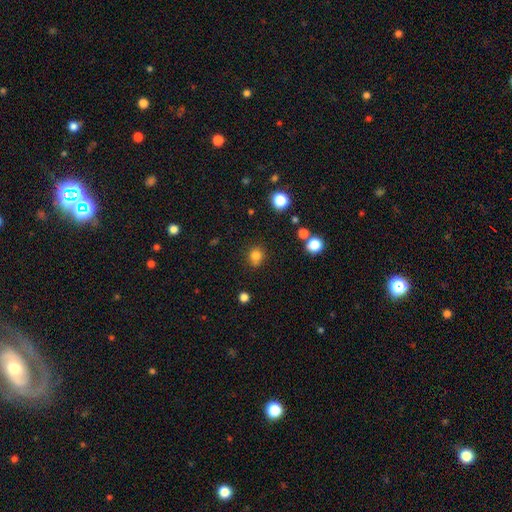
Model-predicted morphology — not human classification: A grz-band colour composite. It shows a smooth galaxy with no disk features (80%) that is round (82%). Merging: none (77%).